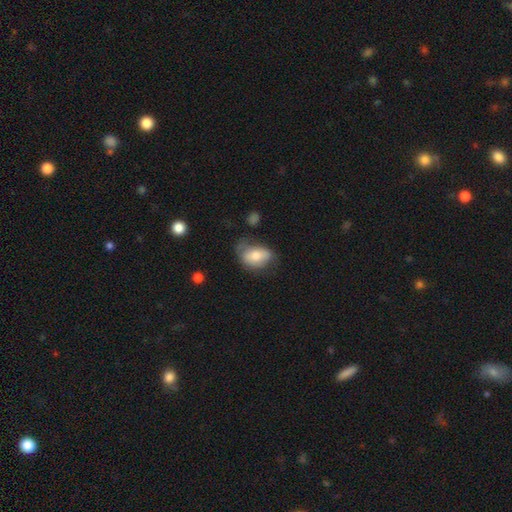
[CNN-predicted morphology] Smooth or featured? Predicted: smooth (p=0.70). How rounded? Predicted: in between (p=0.80). Merging? Predicted: none (p=0.40).